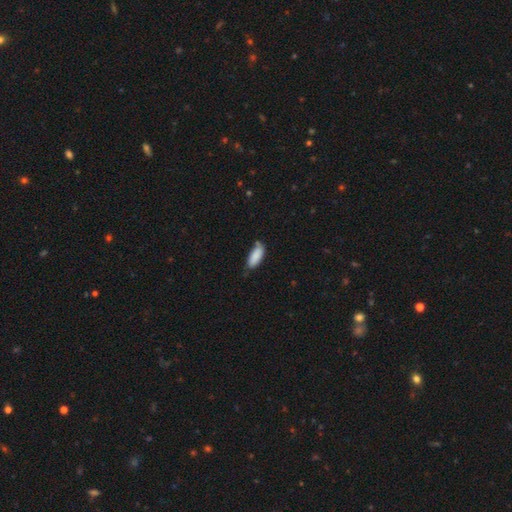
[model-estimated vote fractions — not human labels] A smooth galaxy with no disk features (87%) that is in between round and cigar-shaped (79%).

Vote fractions:
- Smooth or featured? smooth: 87% / featured or disk: 7% / star or artifact: 6%
- How rounded? in between: 79% / cigar-shaped: 19% / round: 2%
- Merging? none: 63% / minor disturbance: 29% / major disturbance: 5% / merger: 4%